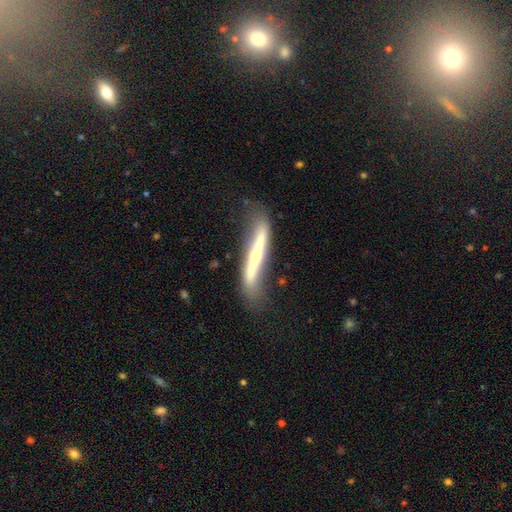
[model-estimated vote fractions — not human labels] Q: Smooth or featured?
A: featured or disk (70%); runner-up: smooth (25%)
Q: Edge-on disk?
A: yes (75%); runner-up: no (25%)
Q: Edge-on bulge?
A: rounded (72%); runner-up: none (20%)
Q: Merging?
A: none (65%); runner-up: minor disturbance (23%)